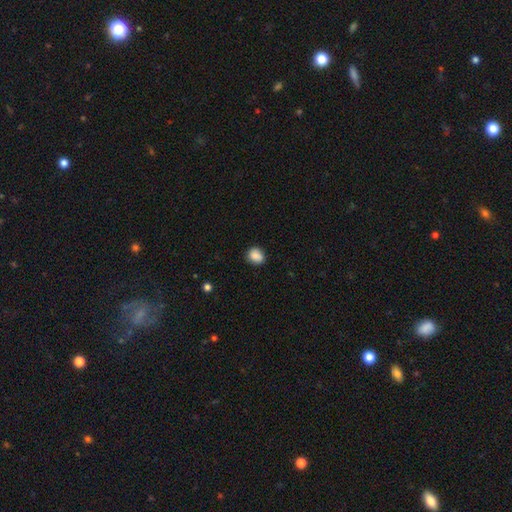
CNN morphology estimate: This is clearly a smooth galaxy (87%). How rounded: possibly round (59%). Merging: clearly none (81%).